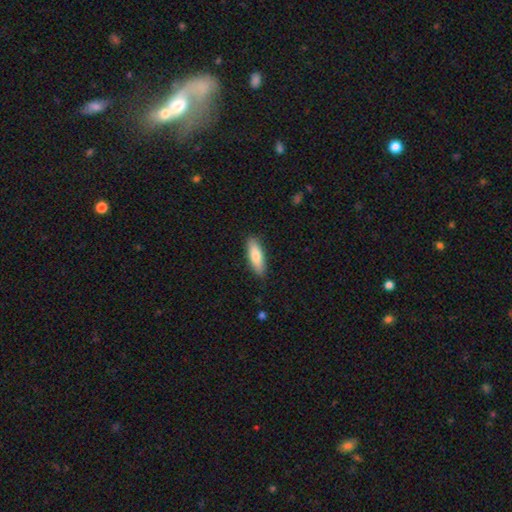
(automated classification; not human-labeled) This appears to be a smooth galaxy with no disk features (76%) that is in between round and cigar-shaped (51%). Merging: none (87%).